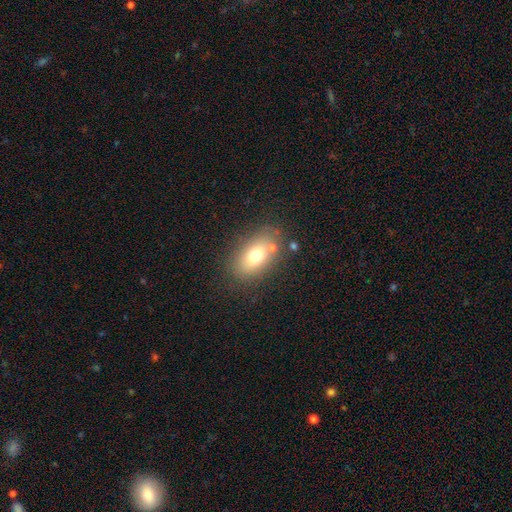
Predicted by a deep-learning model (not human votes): Q: Smooth or featured?
A: smooth (72%); runner-up: featured or disk (18%)
Q: How rounded?
A: in between (85%); runner-up: round (12%)
Q: Merging?
A: none (75%); runner-up: minor disturbance (13%)